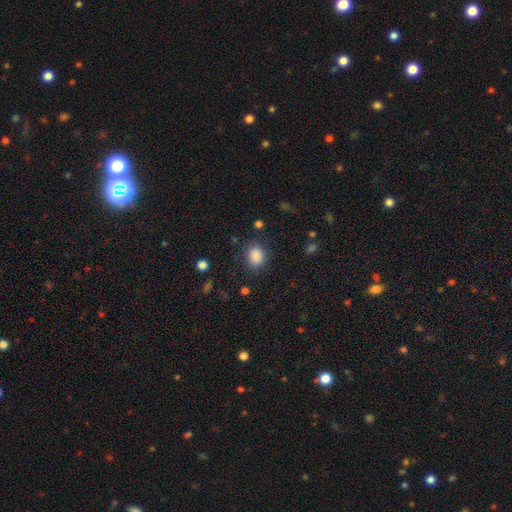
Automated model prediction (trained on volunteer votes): A smooth galaxy with no disk features (87%) that is in between round and cigar-shaped (58%). Merging: none (82%).